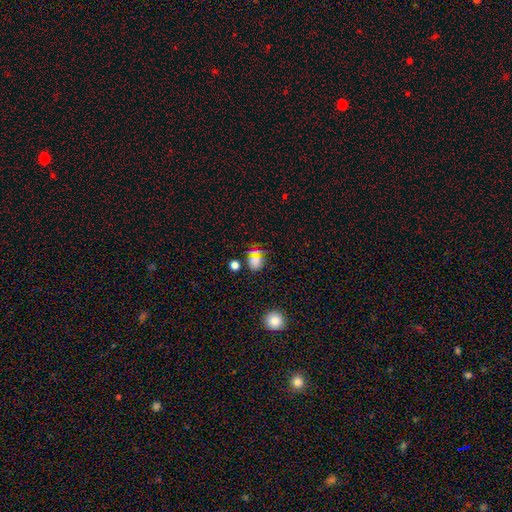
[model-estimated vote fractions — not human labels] A smooth galaxy with no disk features (49%). Merging: none (79%).